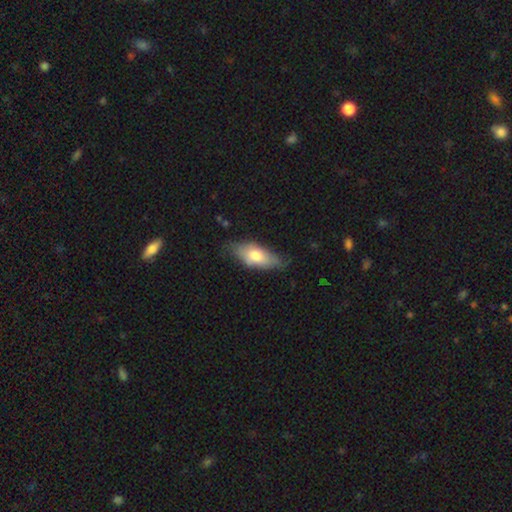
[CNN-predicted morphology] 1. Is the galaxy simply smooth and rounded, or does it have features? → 68% smooth, 26% featured or disk, 6% star or artifact.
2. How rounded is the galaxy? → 82% in between, 15% cigar-shaped, 3% round.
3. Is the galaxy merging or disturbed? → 61% none, 30% minor disturbance, 7% major disturbance, 2% merger.